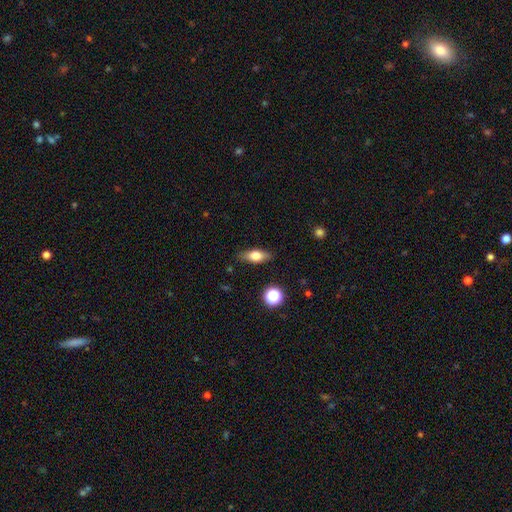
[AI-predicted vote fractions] The model was most divided on "smooth or featured": smooth: 66%, featured or disk: 26%, star or artifact: 8%. More confident: merging — none (85%); how rounded — in between (71%).